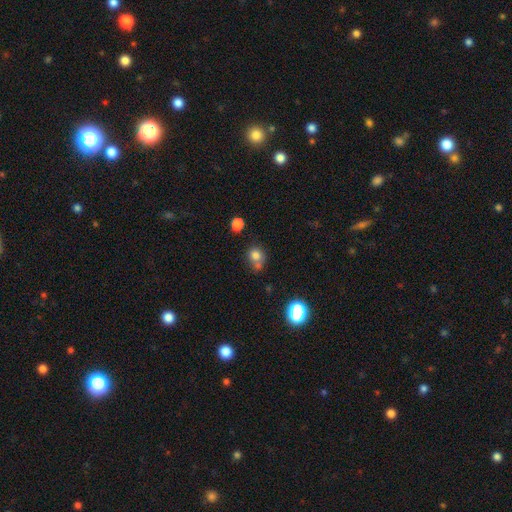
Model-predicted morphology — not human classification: A smooth galaxy with no disk features (77%) that is round (78%).

Vote fractions:
- Smooth or featured? smooth: 77% / star or artifact: 13% / featured or disk: 9%
- How rounded? round: 78% / in between: 21% / cigar-shaped: 1%
- Merging? none: 52% / merger: 27% / minor disturbance: 15% / major disturbance: 6%